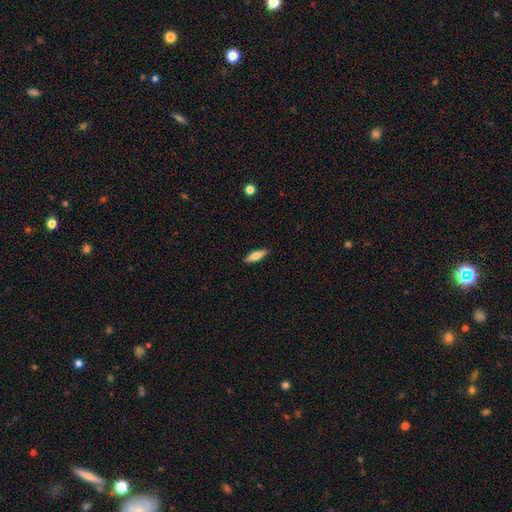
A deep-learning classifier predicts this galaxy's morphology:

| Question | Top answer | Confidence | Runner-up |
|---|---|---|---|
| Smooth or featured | smooth | 63% | featured or disk (30%) |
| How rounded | cigar-shaped | 55% | in between (42%) |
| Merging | none | 89% | minor disturbance (8%) |